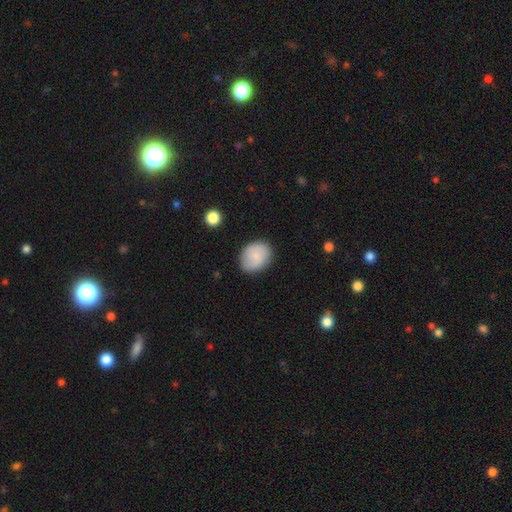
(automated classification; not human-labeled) A smooth galaxy with no disk features (74%) that is round (51%).

Vote fractions:
- Smooth or featured? smooth: 74% / featured or disk: 19% / star or artifact: 7%
- How rounded? round: 51% / in between: 48% / cigar-shaped: 1%
- Merging? none: 81% / minor disturbance: 14% / major disturbance: 4% / merger: 1%